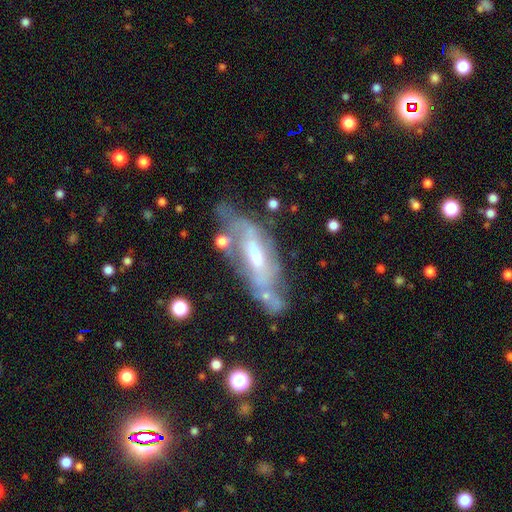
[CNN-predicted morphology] A featured or disk galaxy (66%) with a weak bar (39%), spiral arms (50%, tied with no) and a moderate central bulge (60%).

Vote fractions:
- Smooth or featured? featured or disk: 66% / smooth: 26% / star or artifact: 8%
- Edge-on disk? no: 79% / yes: 21%
- Bar? weak: 39% / no: 35% / strong: 26%
- Spiral arms? yes: 50% (tied) / no: 50% (tied)
- Bulge size? moderate: 60% / small: 20% / large: 15% / none: 4% / dominant: 2%
- Merging? none: 34% / major disturbance: 25% / minor disturbance: 24% / merger: 17%